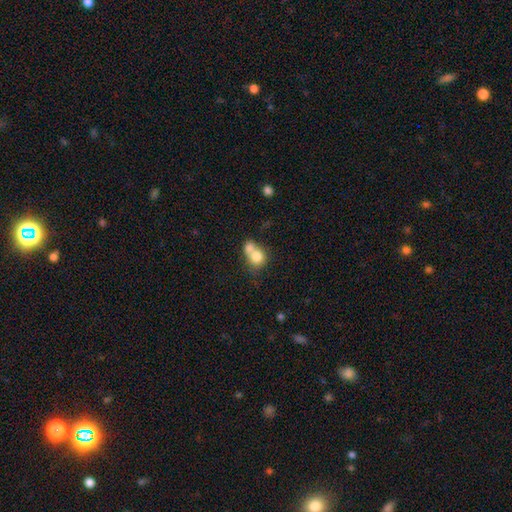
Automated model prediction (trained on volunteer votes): smooth-or-featured: smooth: 75% | featured or disk: 16% | star or artifact: 9%
  how-rounded: round: 71% | in between: 27% | cigar-shaped: 1%
  merging: merger: 65% | none: 24% | minor disturbance: 7% | major disturbance: 4%